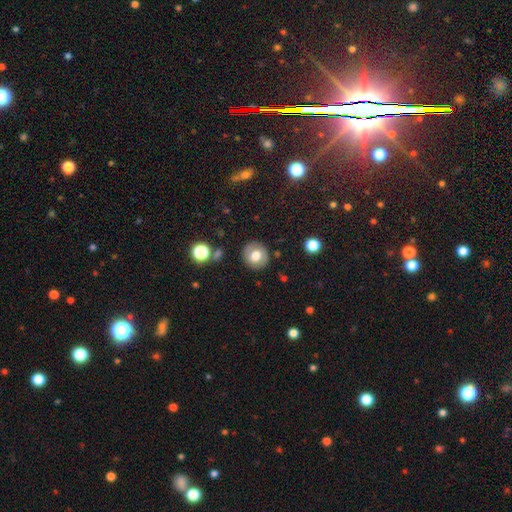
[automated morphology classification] A smooth galaxy with no disk features (69%) that is round (87%).

Vote fractions:
- Smooth or featured? smooth: 69% / featured or disk: 21% / star or artifact: 9%
- How rounded? round: 87% / in between: 12% / cigar-shaped: 1%
- Merging? none: 86% / minor disturbance: 9% / major disturbance: 3% / merger: 2%